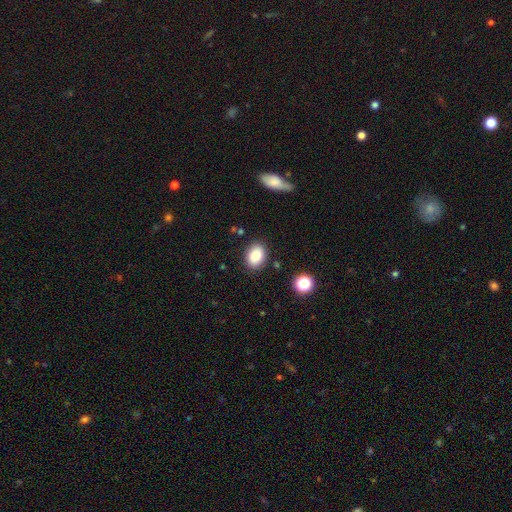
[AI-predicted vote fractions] This appears to be a smooth galaxy with no disk features (84%) that is in between round and cigar-shaped (72%). Merging: none (85%).